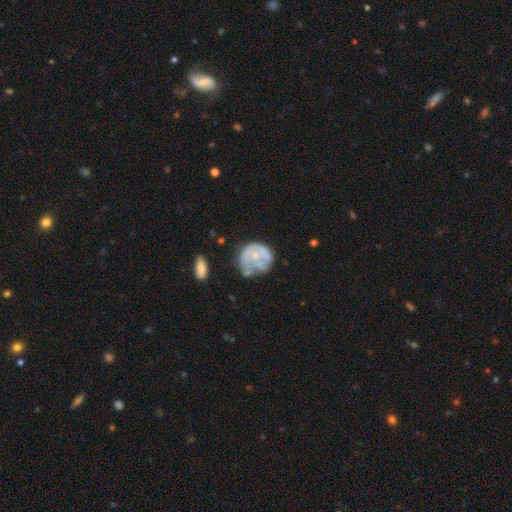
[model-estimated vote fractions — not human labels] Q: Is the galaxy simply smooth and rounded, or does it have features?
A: featured or disk — 52%.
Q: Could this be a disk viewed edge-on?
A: no — 98%.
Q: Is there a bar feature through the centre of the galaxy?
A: no — 86%.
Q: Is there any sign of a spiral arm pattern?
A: no — 62%.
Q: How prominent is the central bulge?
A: small — 47%.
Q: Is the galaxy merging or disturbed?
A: none — 45%.